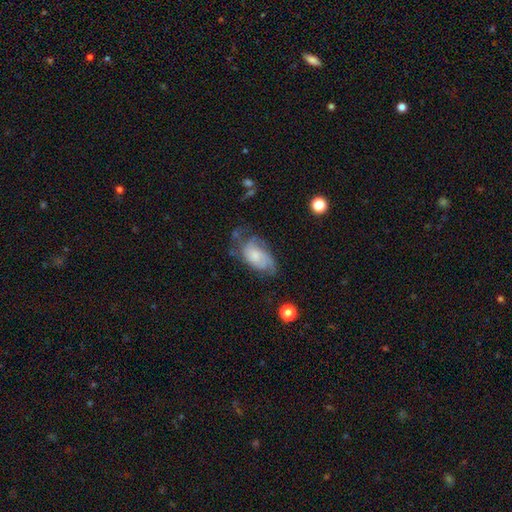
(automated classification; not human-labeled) A featured or disk galaxy (61%) with no bar (72%), spiral arms (85%) and a small central bulge (37%).

Vote fractions:
- Smooth or featured? featured or disk: 61% / smooth: 31% / star or artifact: 8%
- Edge-on disk? no: 95% / yes: 5%
- Bar? no: 72% / weak: 24% / strong: 4%
- Spiral arms? yes: 85% / no: 15%
- Bulge size? small: 37% / moderate: 31% / none: 19% / large: 11% / dominant: 2%
- Merging? none: 46% / minor disturbance: 29% / major disturbance: 23% / merger: 3%